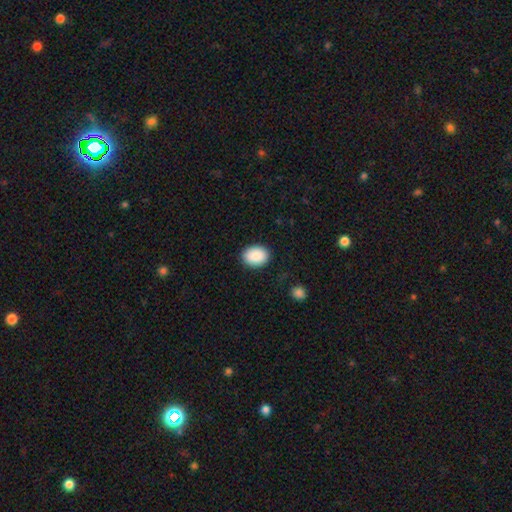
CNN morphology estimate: Smooth or featured? Predicted: smooth (p=0.90). How rounded? Predicted: in between (p=0.65). Merging? Predicted: none (p=0.88).